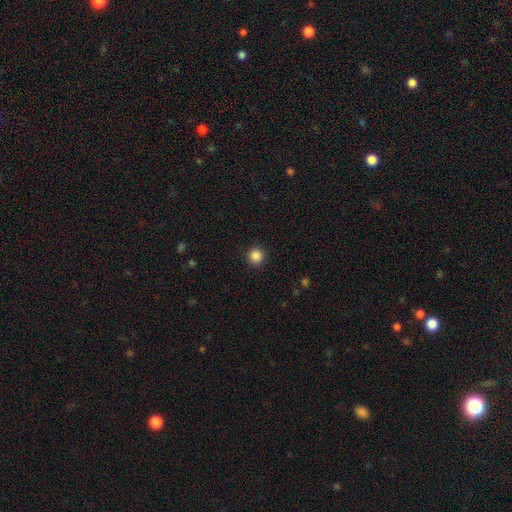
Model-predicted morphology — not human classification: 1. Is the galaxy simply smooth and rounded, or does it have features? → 87% smooth, 10% star or artifact, 3% featured or disk.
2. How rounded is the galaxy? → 95% round, 4% in between, 1% cigar-shaped.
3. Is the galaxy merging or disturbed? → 92% none, 5% minor disturbance, 2% major disturbance, 1% merger.